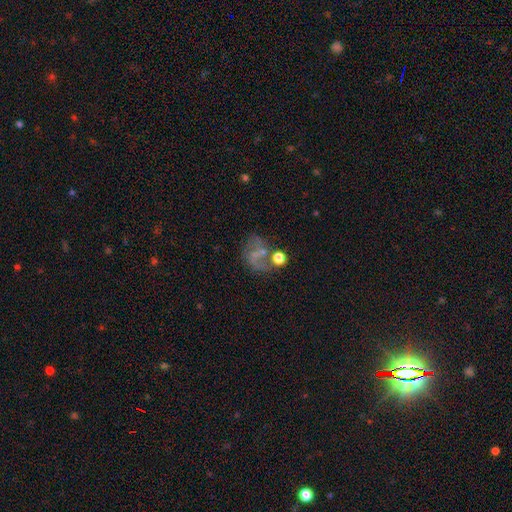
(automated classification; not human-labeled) This appears to be a featured or disk galaxy (58%) with no bar (45%), spiral arms (77%) and a small central bulge (45%). Merging: none (49%).